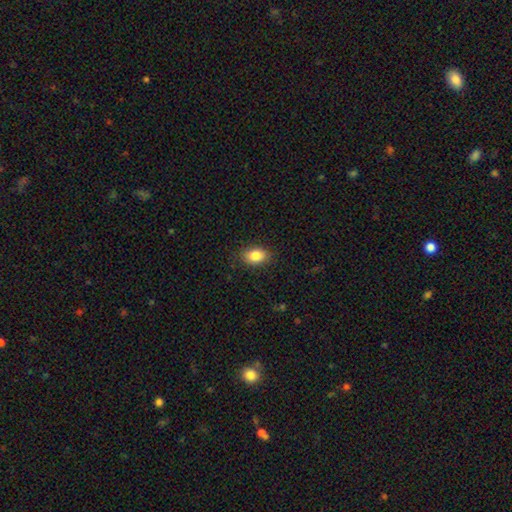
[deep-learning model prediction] Morphology: type=smooth (84%); roundness=in between (81%); merging=none (87%).